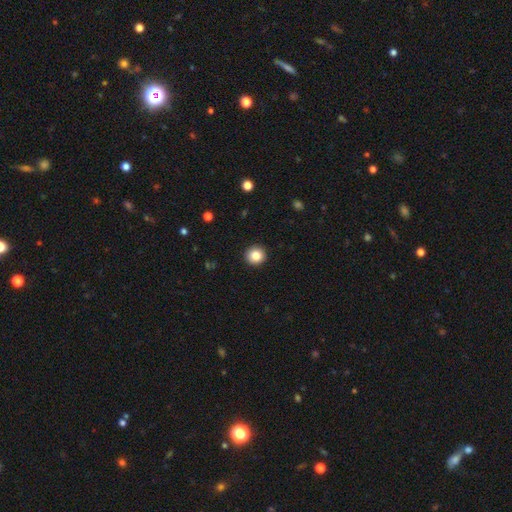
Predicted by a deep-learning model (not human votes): Q: Smooth or featured?
A: smooth (85%); runner-up: star or artifact (10%)
Q: How rounded?
A: round (94%); runner-up: in between (6%)
Q: Merging?
A: none (93%); runner-up: minor disturbance (5%)